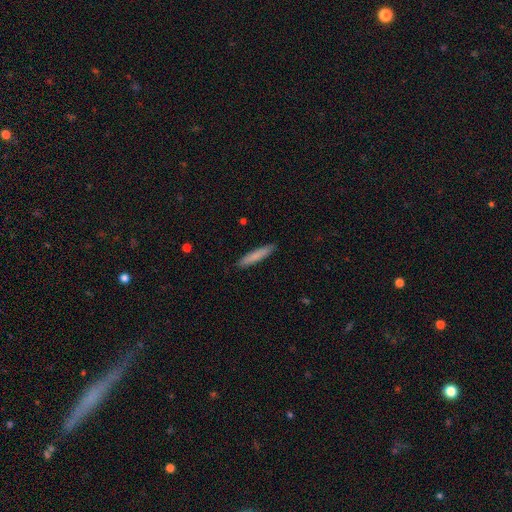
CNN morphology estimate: A smooth galaxy with no disk features (80%) that is cigar-shaped (92%). Merging: none (90%).